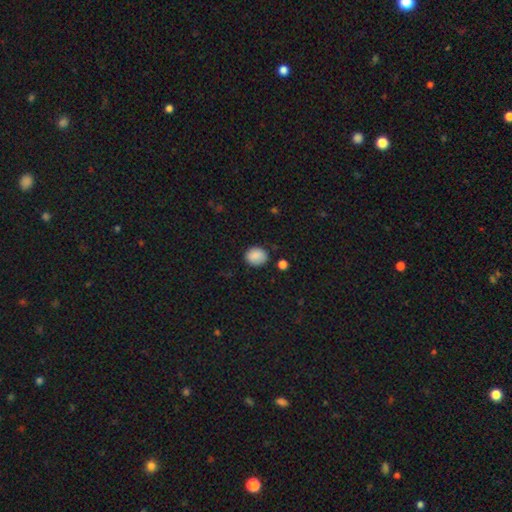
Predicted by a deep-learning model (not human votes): smooth 88%, star or artifact 8%, featured or disk 4%. Down the decision tree: how rounded — round (62%); merging — none (81%).